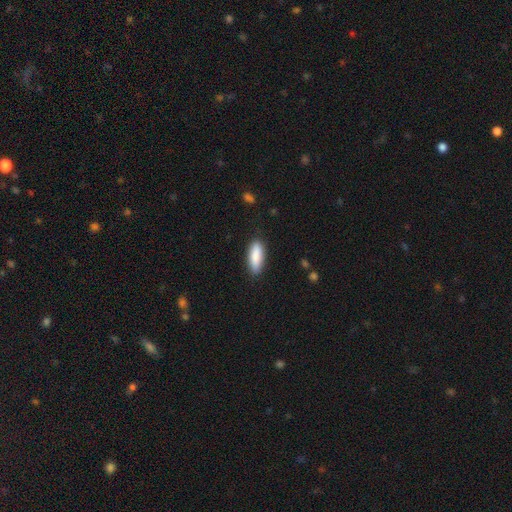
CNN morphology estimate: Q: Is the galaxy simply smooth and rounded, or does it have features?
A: smooth — 88%.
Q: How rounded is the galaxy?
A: in between — 64%.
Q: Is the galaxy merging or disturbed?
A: none — 85%.